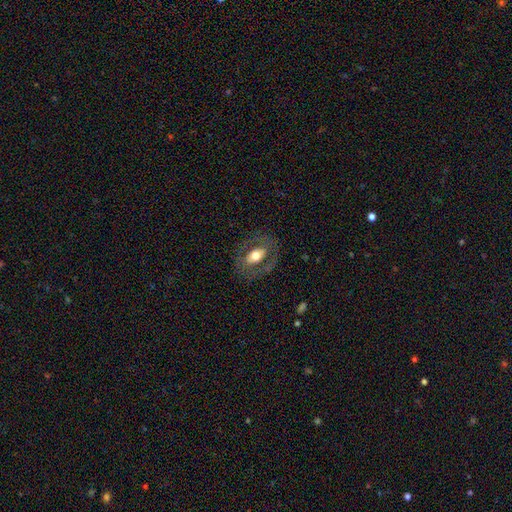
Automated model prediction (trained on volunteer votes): smooth_or_featured: featured or disk (p=0.47) [alt: smooth p=0.46]
merging: none (p=0.78) [alt: minor disturbance p=0.13]